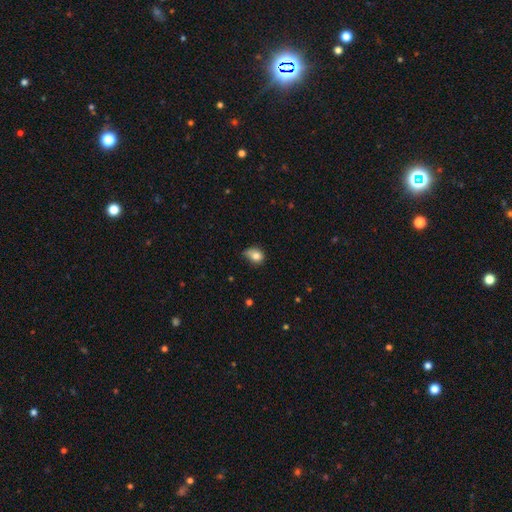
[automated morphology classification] A smooth galaxy with no disk features (79%) that is in between round and cigar-shaped (59%). Merging: minor disturbance (43%).